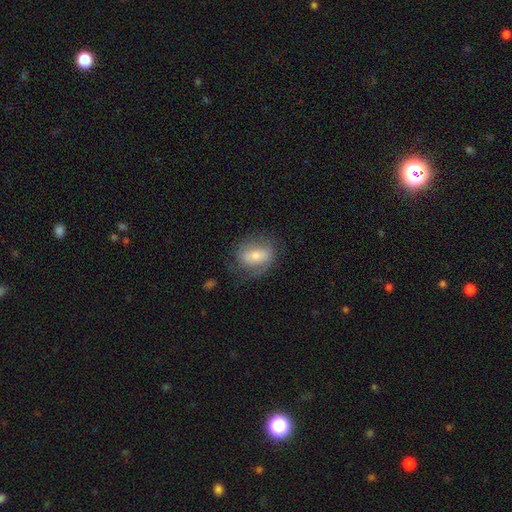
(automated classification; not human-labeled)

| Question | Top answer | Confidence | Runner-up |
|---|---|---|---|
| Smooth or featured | smooth | 47% | featured or disk (45%) |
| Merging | none | 64% | minor disturbance (21%) |